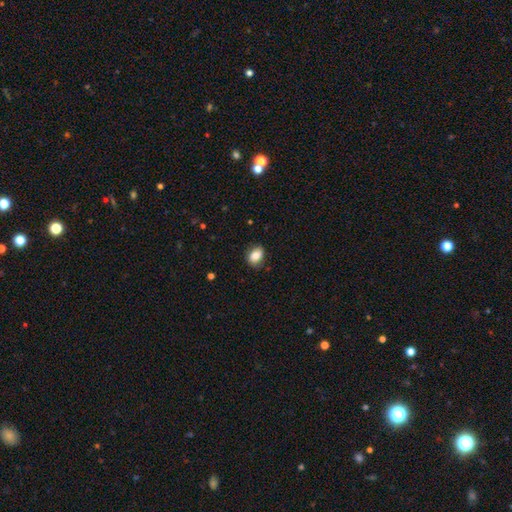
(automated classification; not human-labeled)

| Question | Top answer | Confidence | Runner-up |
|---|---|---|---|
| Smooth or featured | smooth | 83% | featured or disk (9%) |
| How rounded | in between | 70% | round (29%) |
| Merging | none | 81% | minor disturbance (15%) |